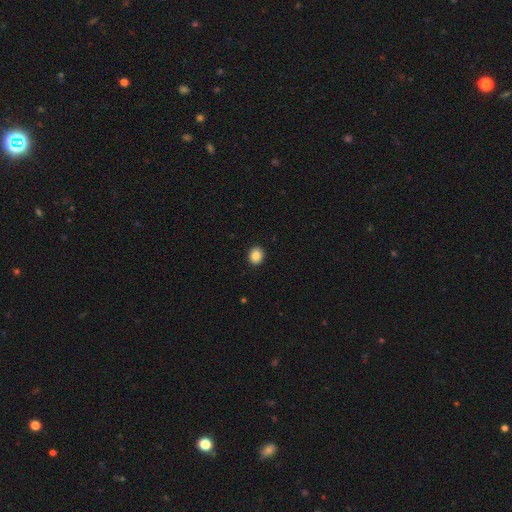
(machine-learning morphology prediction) smooth_or_featured: smooth (p=0.86) [alt: star or artifact p=0.09]
how_rounded: round (p=0.69) [alt: in between p=0.30]
merging: none (p=0.92) [alt: minor disturbance p=0.05]